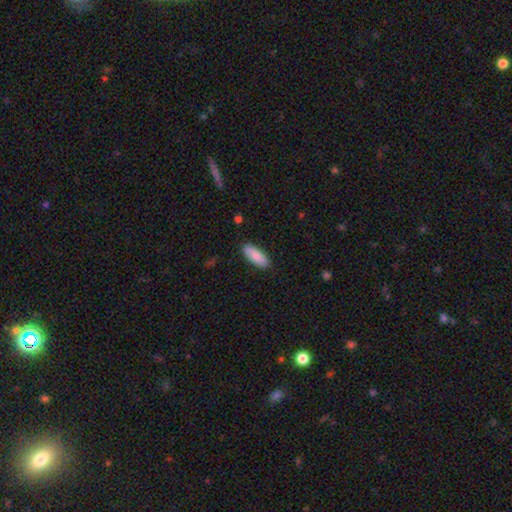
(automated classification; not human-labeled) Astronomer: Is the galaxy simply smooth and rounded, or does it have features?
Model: smooth — 87%.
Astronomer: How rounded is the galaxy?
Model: in between — 75%.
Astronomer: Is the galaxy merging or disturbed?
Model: none — 88%.